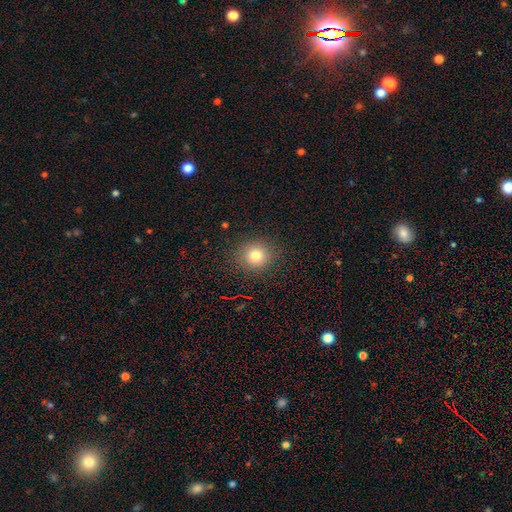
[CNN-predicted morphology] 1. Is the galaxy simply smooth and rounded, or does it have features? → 77% smooth, 14% star or artifact, 9% featured or disk.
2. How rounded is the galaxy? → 87% round, 12% in between, 1% cigar-shaped.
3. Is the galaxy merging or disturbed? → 88% none, 8% minor disturbance, 3% major disturbance, 1% merger.